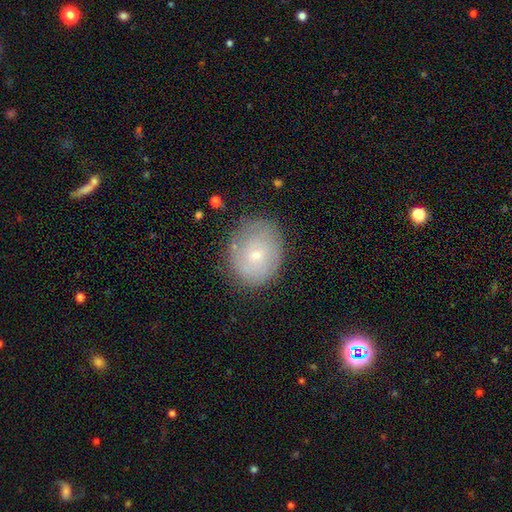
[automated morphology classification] type=smooth (55%); roundness=round (53%); merging=none (75%).